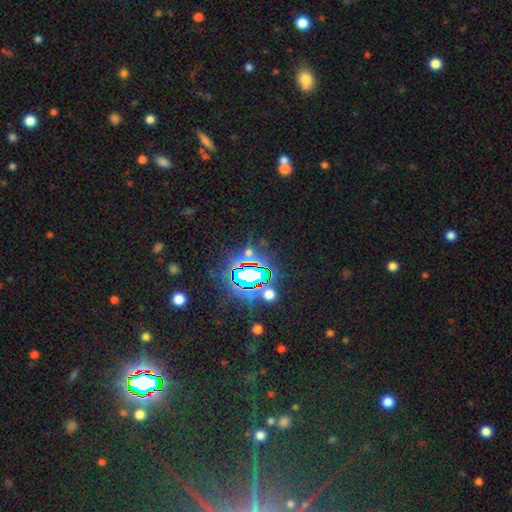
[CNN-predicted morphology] Q: Smooth or featured?
A: star or artifact (83%); runner-up: smooth (9%)